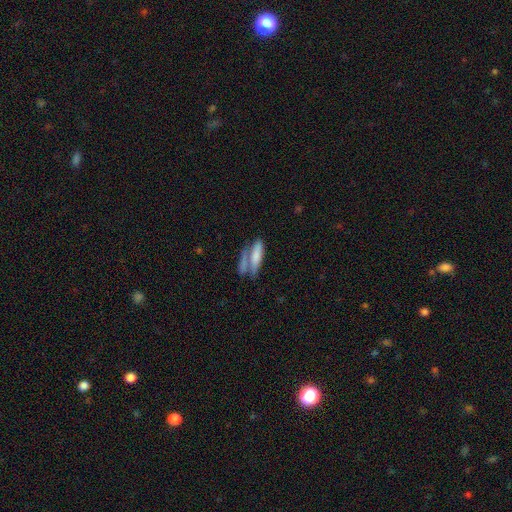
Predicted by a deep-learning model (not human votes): A smooth galaxy with no disk features (65%) that is cigar-shaped (55%).

Vote fractions:
- Smooth or featured? smooth: 65% / featured or disk: 25% / star or artifact: 9%
- How rounded? cigar-shaped: 55% / in between: 42% / round: 3%
- Merging? merger: 42% / none: 37% / minor disturbance: 13% / major disturbance: 9%